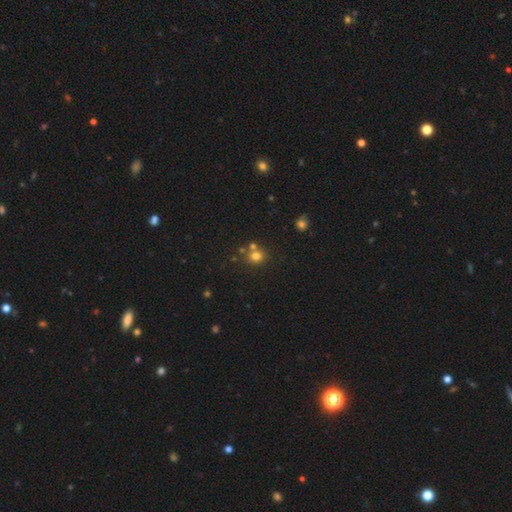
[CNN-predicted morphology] Q: Smooth or featured?
A: smooth (74%); runner-up: star or artifact (17%)
Q: How rounded?
A: round (80%); runner-up: in between (19%)
Q: Merging?
A: none (61%); runner-up: merger (26%)